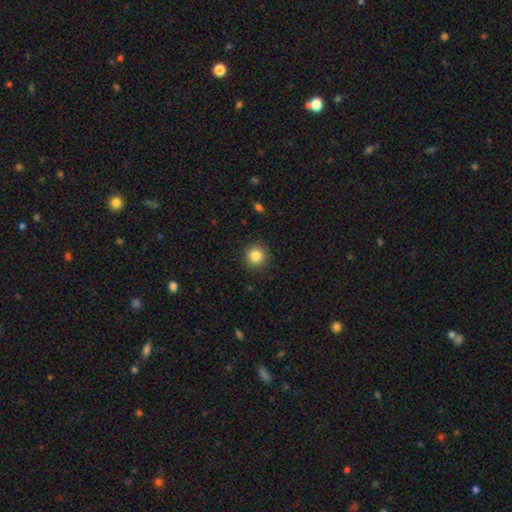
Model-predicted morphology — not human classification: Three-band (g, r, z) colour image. It shows a smooth galaxy with no disk features (84%) that is round (94%). Merging: none (91%).